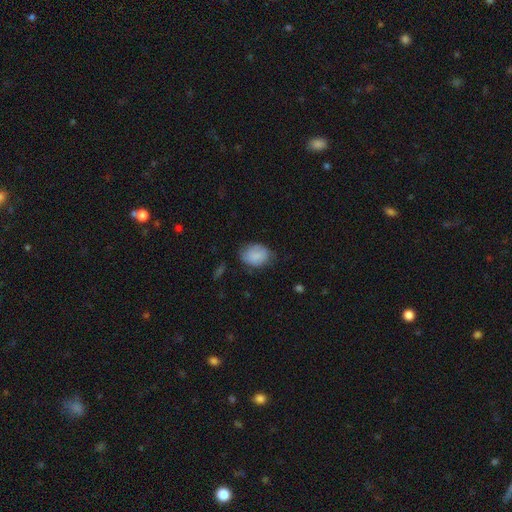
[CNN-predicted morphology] smooth-or-featured: smooth: 79% | featured or disk: 13% | star or artifact: 7%
  how-rounded: in between: 59% | round: 40% | cigar-shaped: 1%
  merging: none: 65% | minor disturbance: 27% | major disturbance: 7% | merger: 1%